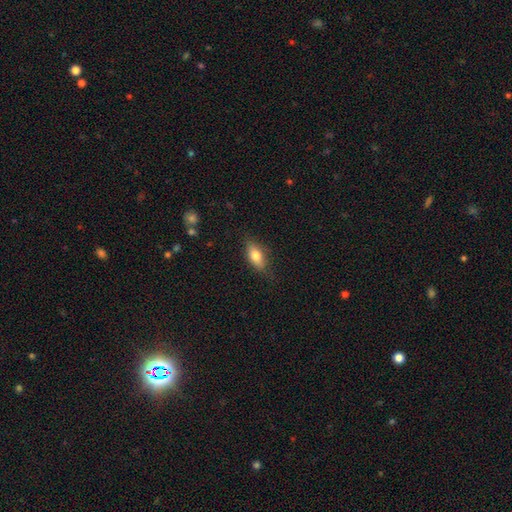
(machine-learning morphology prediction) Overall: smooth (75%). How rounded: in between (82%). Merging: none (77%).